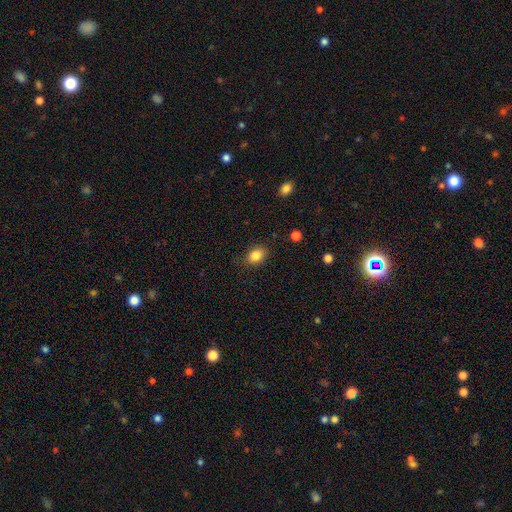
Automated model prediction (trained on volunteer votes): Smooth or featured?
  - smooth: 84% *
  - star or artifact: 10%
  - featured or disk: 6%
How rounded?
  - in between: 64% *
  - round: 35%
  - cigar-shaped: 1%
Merging?
  - none: 84% *
  - minor disturbance: 12%
  - major disturbance: 3%
  - merger: 1%